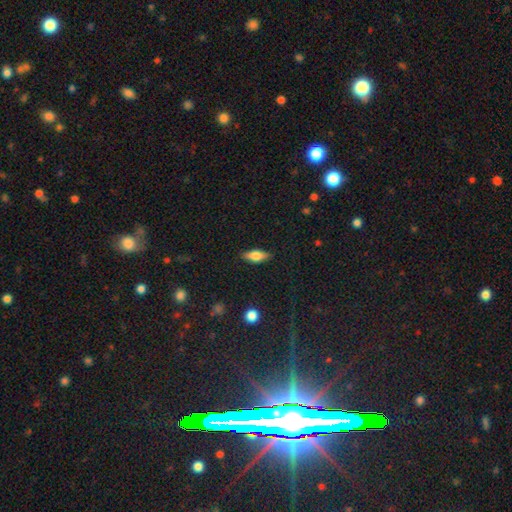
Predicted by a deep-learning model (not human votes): A smooth galaxy with no disk features (57%) that is in between round and cigar-shaped (69%). Merging: none (86%).